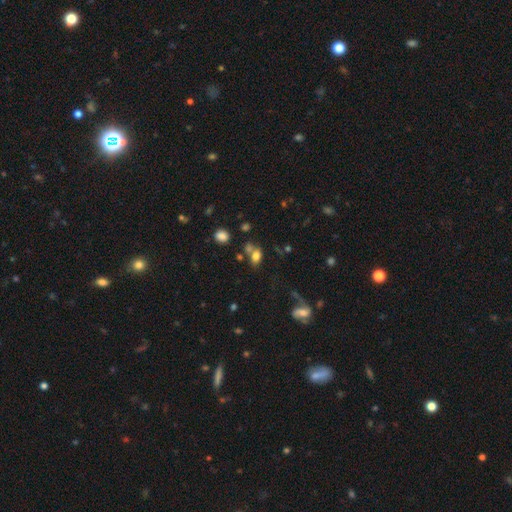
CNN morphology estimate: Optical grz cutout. It shows a smooth galaxy with no disk features (73%) that is in between round and cigar-shaped (79%). Merging: none (49%).